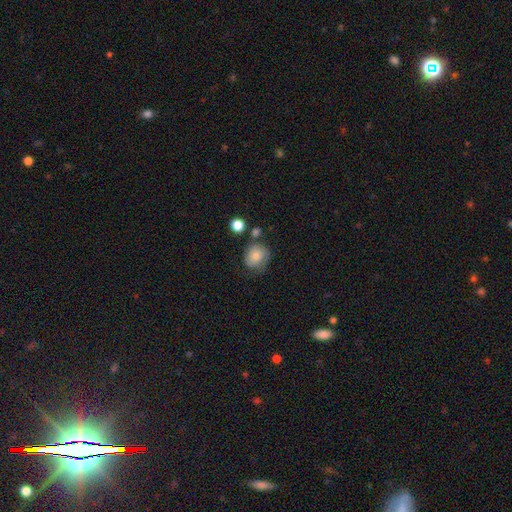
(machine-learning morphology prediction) Smooth or featured? Predicted: smooth (p=0.75). How rounded? Predicted: round (p=0.75). Merging? Predicted: none (p=0.56).